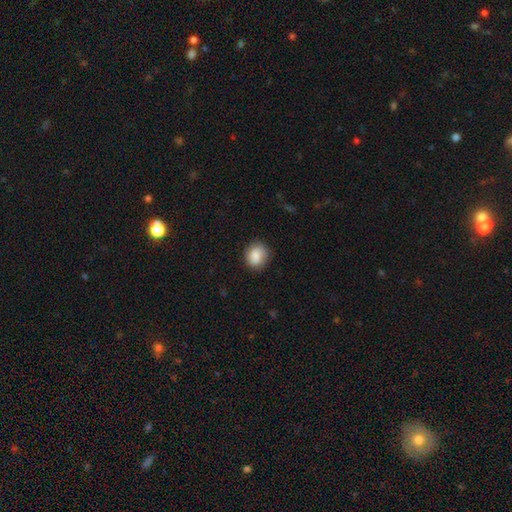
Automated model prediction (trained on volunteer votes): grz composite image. It shows a smooth galaxy with no disk features (83%) that is round (67%). Merging: none (81%).